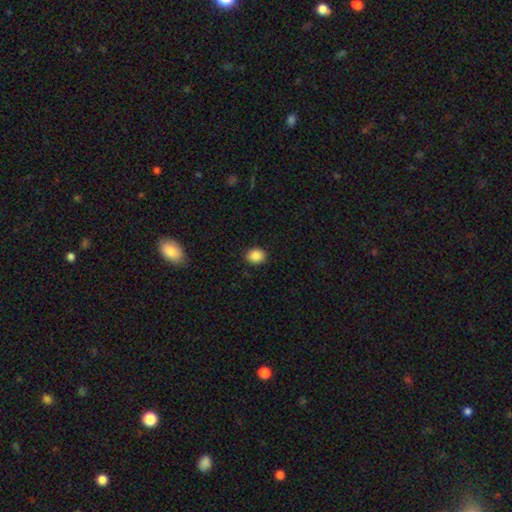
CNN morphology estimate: Smooth or featured: smooth — 88% (star or artifact — 9%)
How rounded: round — 57% (in between — 42%)
Merging: none — 90% (minor disturbance — 7%)